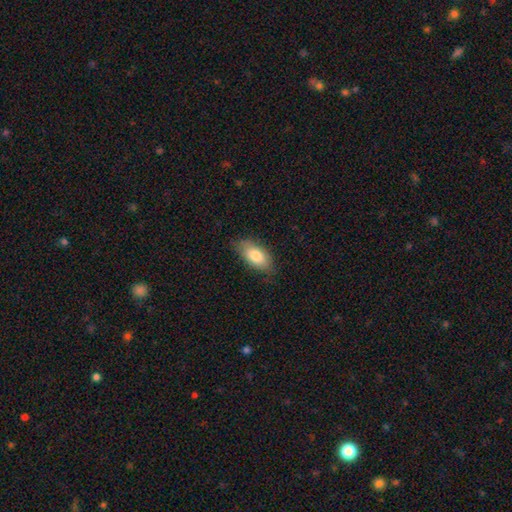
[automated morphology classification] The model was most divided on "merging": none: 77%, minor disturbance: 19%, major disturbance: 4%, merger: 1%. More confident: how rounded — in between (90%); smooth or featured — smooth (80%).